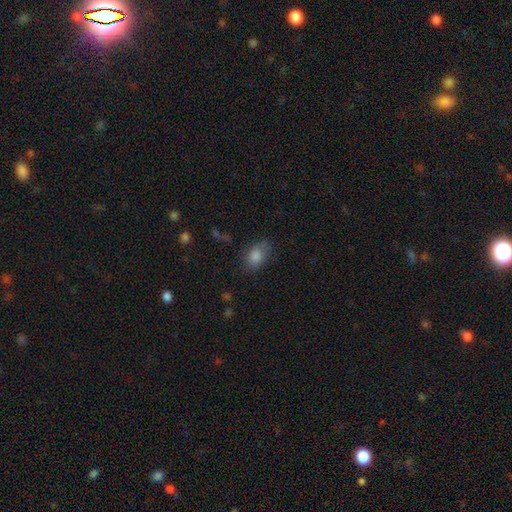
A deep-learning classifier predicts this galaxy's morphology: A smooth galaxy with no disk features (80%) that is in between round and cigar-shaped (68%). Merging: none (70%).